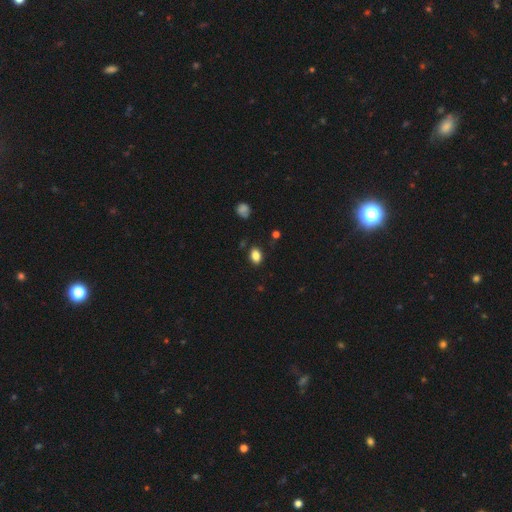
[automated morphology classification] Overall: smooth (85%). How rounded: in between (75%). Merging: none (84%).